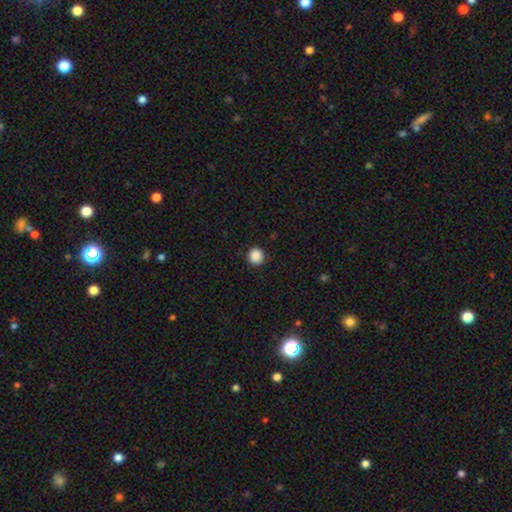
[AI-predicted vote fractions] This is clearly a smooth galaxy (88%). How rounded: clearly round (94%). Merging: clearly none (91%).